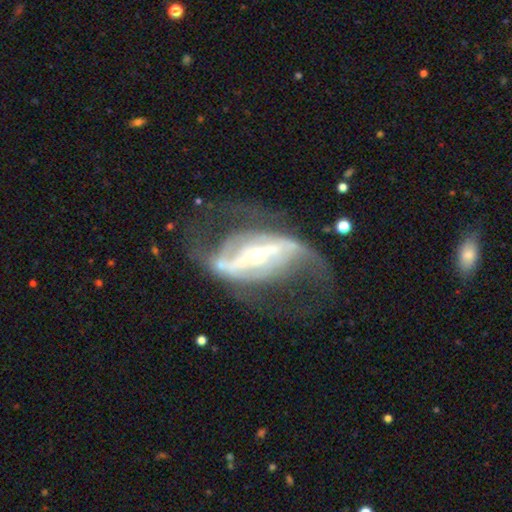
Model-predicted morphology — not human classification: Smooth or featured?
  - featured or disk: 88% *
  - smooth: 6%
  - star or artifact: 6%
Edge-on disk?
  - no: 92% *
  - yes: 8%
Bar?
  - strong: 69% *
  - weak: 19%
  - no: 12%
Spiral arms?
  - yes: 87% *
  - no: 13%
Spiral winding?
  - loose: 49% *
  - medium: 38%
  - tight: 14%
Spiral arm count?
  - 2: 84% *
  - can't tell: 8%
  - 1: 3%
  - 3: 3%
  - 4: 1%
  - more than 4: 1%
Bulge size?
  - small: 68% *
  - moderate: 26%
  - large: 3%
  - dominant: 1%
  - none: 1%
Merging?
  - none: 51% *
  - major disturbance: 29%
  - minor disturbance: 16%
  - merger: 4%